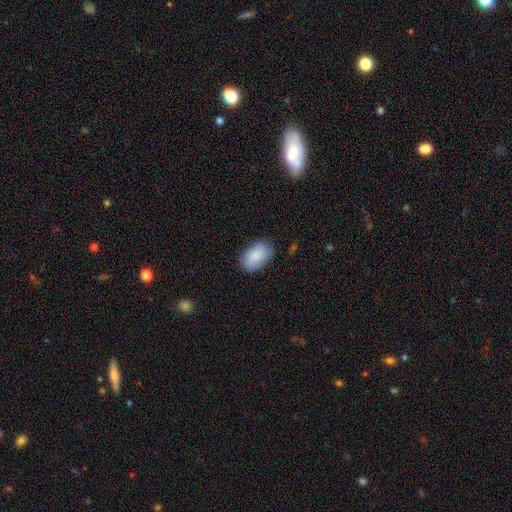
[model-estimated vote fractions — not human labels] This is clearly a smooth galaxy (83%). How rounded: clearly in between (93%). Merging: likely none (77%).